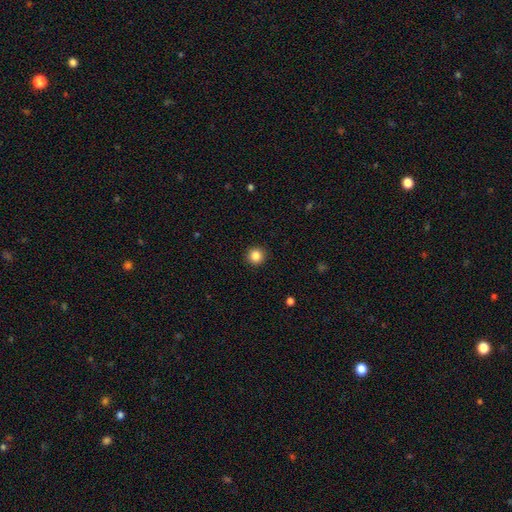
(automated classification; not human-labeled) This is clearly a smooth galaxy (85%). How rounded: clearly round (95%). Merging: clearly none (93%).